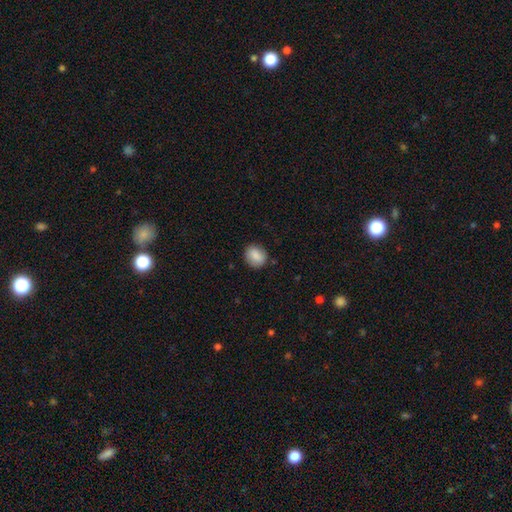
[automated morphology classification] A smooth galaxy with no disk features (85%) that is round (66%). Merging: none (82%).